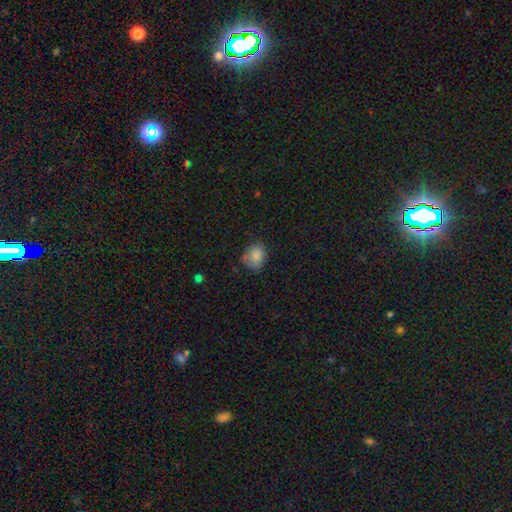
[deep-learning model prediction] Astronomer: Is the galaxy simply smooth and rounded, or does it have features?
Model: smooth — 83%.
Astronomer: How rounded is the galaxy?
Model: round — 56% (runner-up: in between, 43%).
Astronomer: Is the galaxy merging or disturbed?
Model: none — 61%.